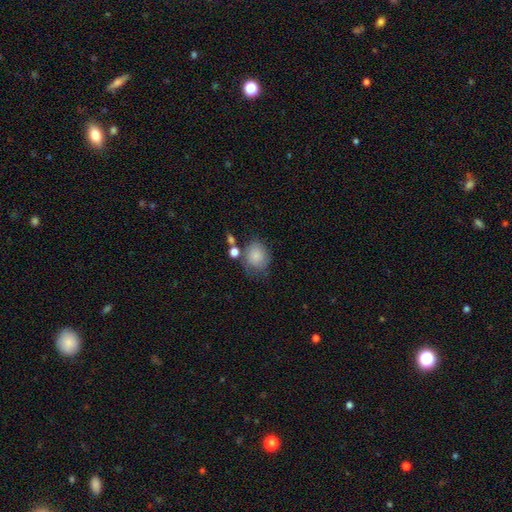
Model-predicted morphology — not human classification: smooth-or-featured: smooth: 82% | featured or disk: 9% | star or artifact: 8%
  how-rounded: round: 60% | in between: 39% | cigar-shaped: 1%
  merging: none: 58% | minor disturbance: 22% | merger: 11% | major disturbance: 9%